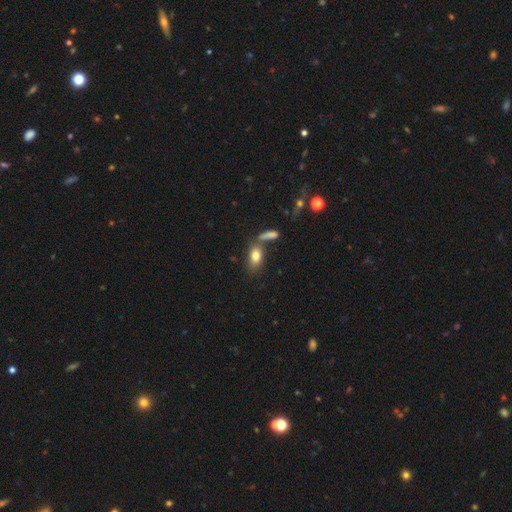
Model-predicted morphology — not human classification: Overall: smooth (80%). How rounded: in between (86%). Merging: none (57%; merger 25%).